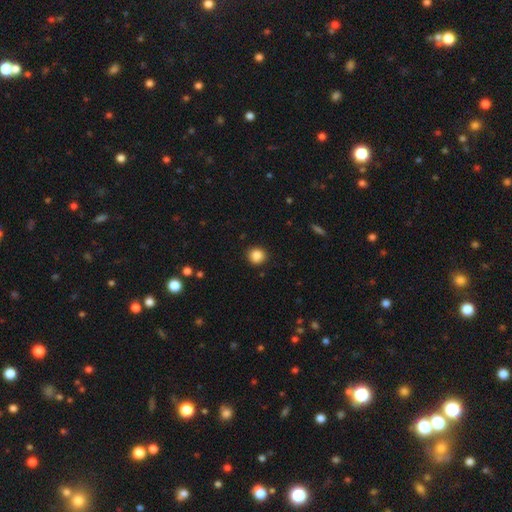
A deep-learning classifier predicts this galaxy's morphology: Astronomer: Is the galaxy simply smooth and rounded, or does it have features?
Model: smooth — 86%.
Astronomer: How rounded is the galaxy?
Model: round — 86%.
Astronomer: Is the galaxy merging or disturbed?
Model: none — 89%.